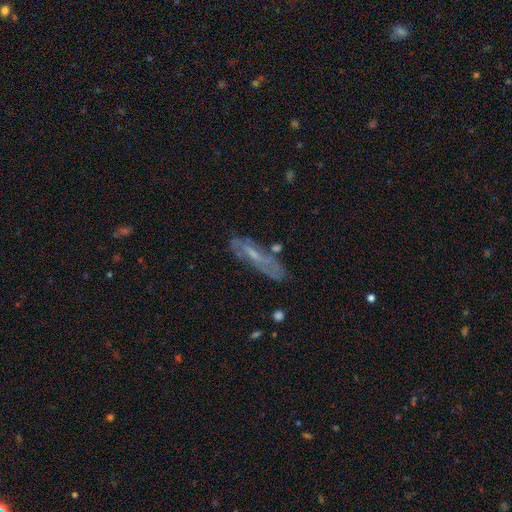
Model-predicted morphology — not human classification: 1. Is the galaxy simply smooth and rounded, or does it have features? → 59% featured or disk, 30% smooth, 11% star or artifact.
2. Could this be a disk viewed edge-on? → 62% no, 38% yes.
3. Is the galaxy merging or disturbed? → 65% none, 20% minor disturbance, 9% major disturbance, 6% merger.